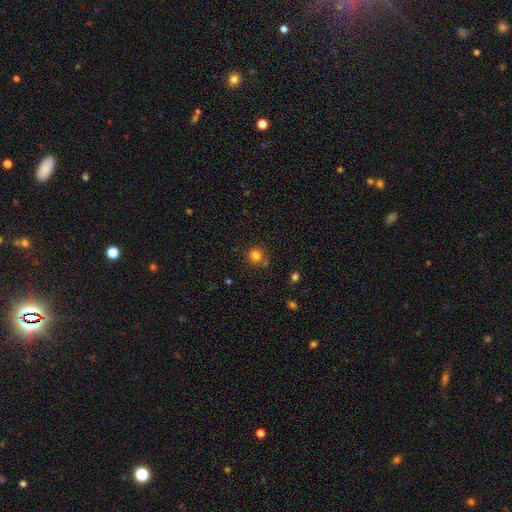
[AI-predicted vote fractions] Morphology: type=smooth (81%); roundness=round (82%); merging=none (72%).